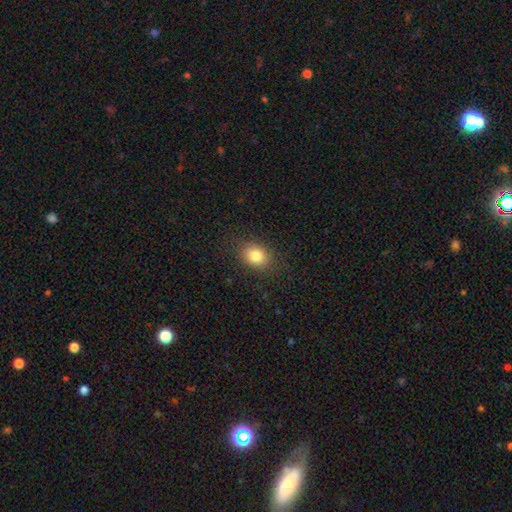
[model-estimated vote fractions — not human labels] smooth 82%, star or artifact 11%, featured or disk 7%. Down the decision tree: how rounded — in between (51%); merging — none (86%).